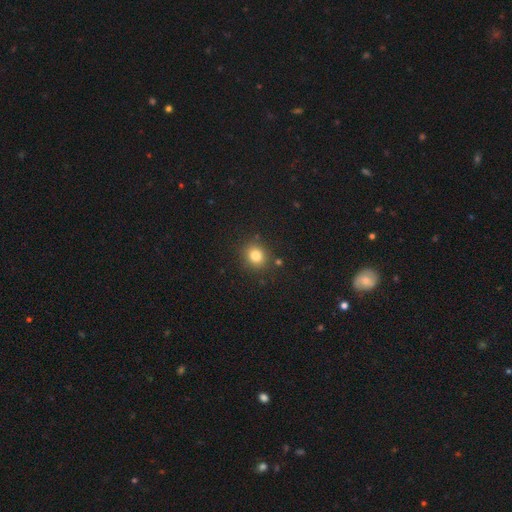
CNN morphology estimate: A smooth galaxy with no disk features (81%) that is round (81%).

Vote fractions:
- Smooth or featured? smooth: 81% / star or artifact: 13% / featured or disk: 7%
- How rounded? round: 81% / in between: 19% / cigar-shaped: 1%
- Merging? none: 87% / minor disturbance: 8% / merger: 3% / major disturbance: 3%